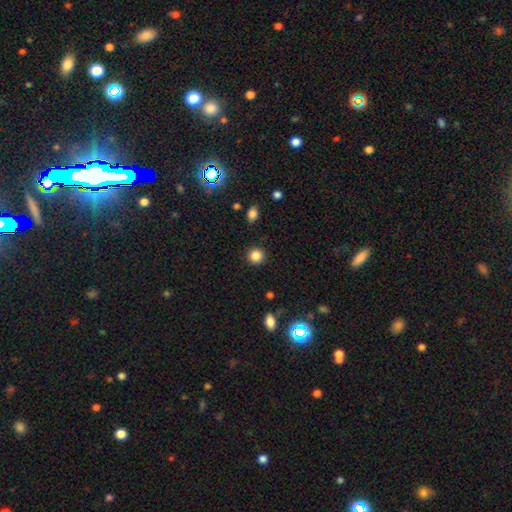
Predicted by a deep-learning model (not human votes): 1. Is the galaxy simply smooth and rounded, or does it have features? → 85% smooth, 12% star or artifact, 4% featured or disk.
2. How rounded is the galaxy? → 93% round, 6% in between, 1% cigar-shaped.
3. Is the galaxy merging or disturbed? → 91% none, 6% minor disturbance, 2% major disturbance, 1% merger.